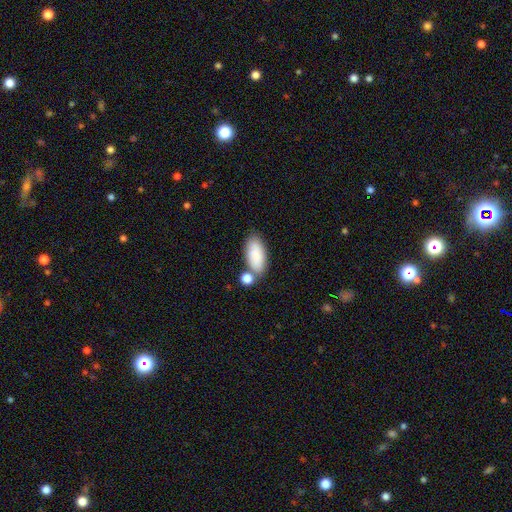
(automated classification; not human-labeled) This is clearly a smooth galaxy (86%). How rounded: clearly in between (89%). Merging: likely none (62%).